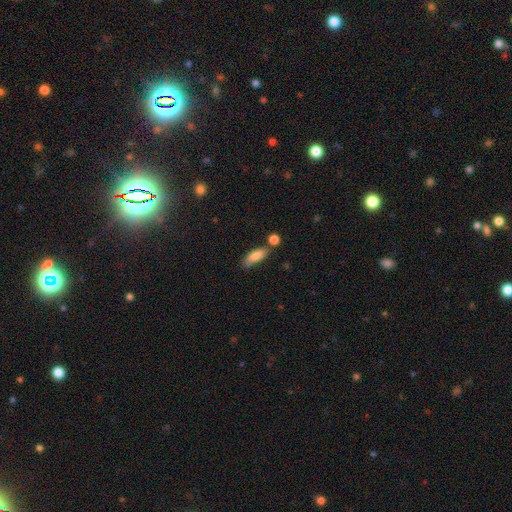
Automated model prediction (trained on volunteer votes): This appears to be a smooth galaxy with no disk features (80%) that is in between round and cigar-shaped (66%). Merging: none (62%).